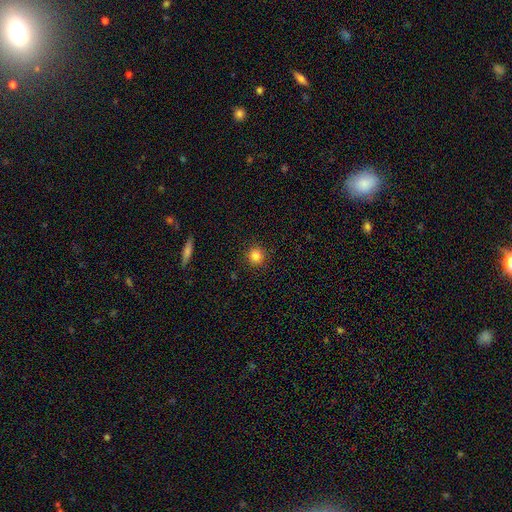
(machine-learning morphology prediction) This appears to be a smooth galaxy with no disk features (85%) that is round (93%). Merging: none (91%).